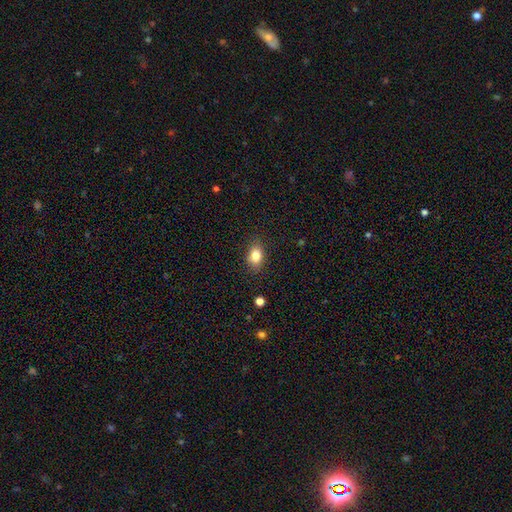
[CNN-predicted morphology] Q: Smooth or featured?
A: smooth (83%); runner-up: star or artifact (9%)
Q: How rounded?
A: in between (77%); runner-up: round (21%)
Q: Merging?
A: none (84%); runner-up: minor disturbance (12%)